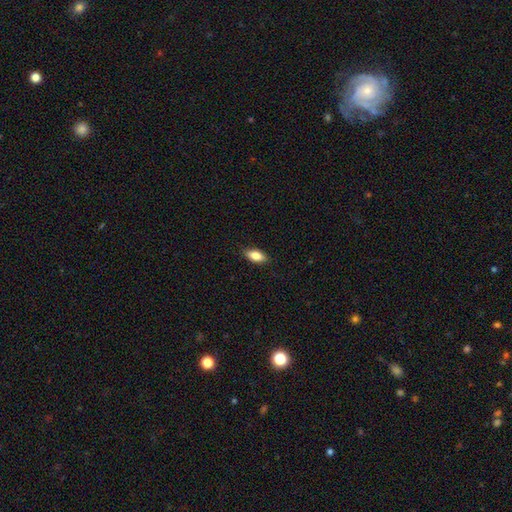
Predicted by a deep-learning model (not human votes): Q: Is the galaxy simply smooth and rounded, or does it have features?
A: smooth — 82%.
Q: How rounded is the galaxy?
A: in between — 85%.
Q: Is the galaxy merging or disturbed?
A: none — 86%.